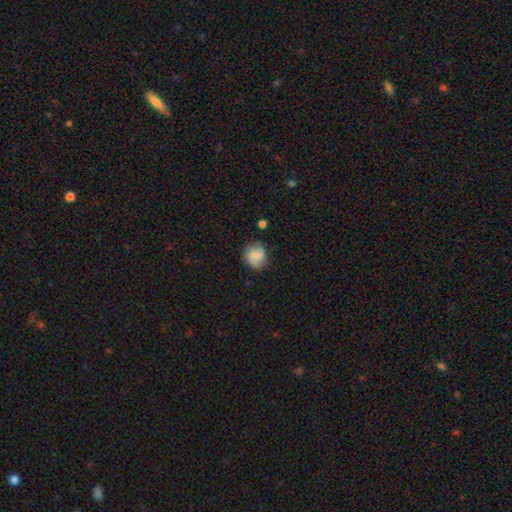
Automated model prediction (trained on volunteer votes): Smooth or featured? Predicted: smooth (p=0.74). How rounded? Predicted: round (p=0.68). Merging? Predicted: none (p=0.66).